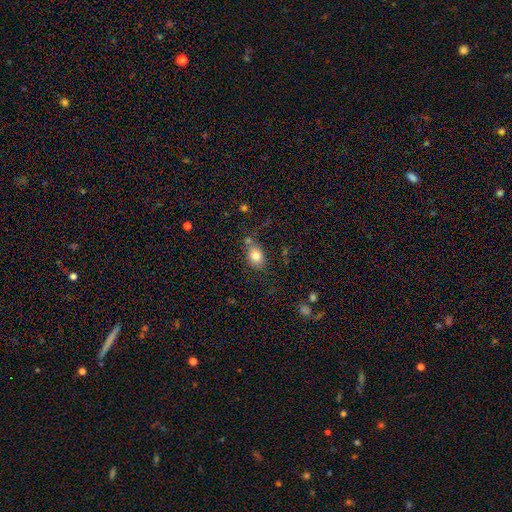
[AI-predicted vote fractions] smooth 81%, featured or disk 10%, star or artifact 9%. Down the decision tree: how rounded — in between (71%); merging — none (64%).